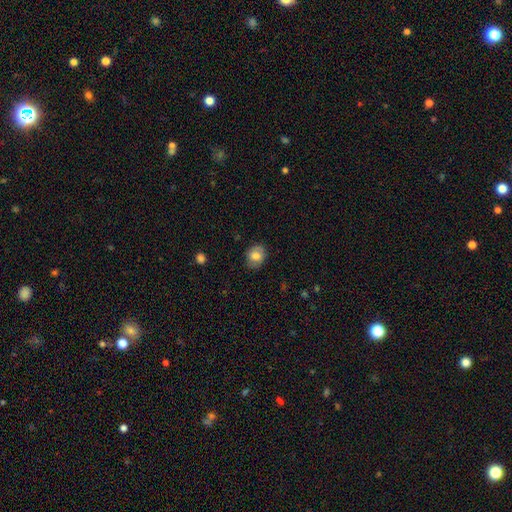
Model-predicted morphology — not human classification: The model was most divided on "how rounded": round: 52%, in between: 47%, cigar-shaped: 1%. More confident: merging — none (82%); smooth or featured — smooth (77%).